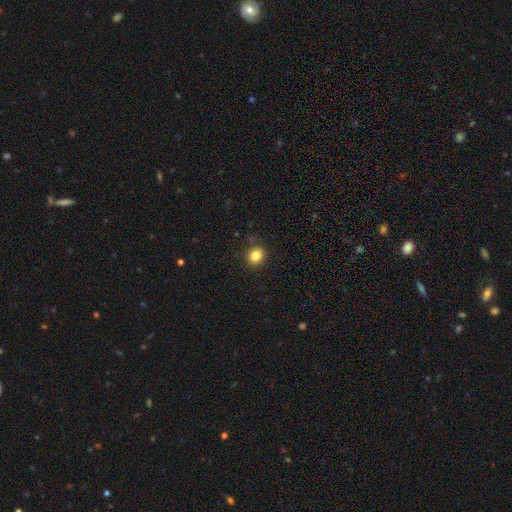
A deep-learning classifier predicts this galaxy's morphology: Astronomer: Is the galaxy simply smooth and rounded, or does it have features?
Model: smooth — 83%.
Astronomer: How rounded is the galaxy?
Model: round — 82%.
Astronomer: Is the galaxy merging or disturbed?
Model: none — 89%.